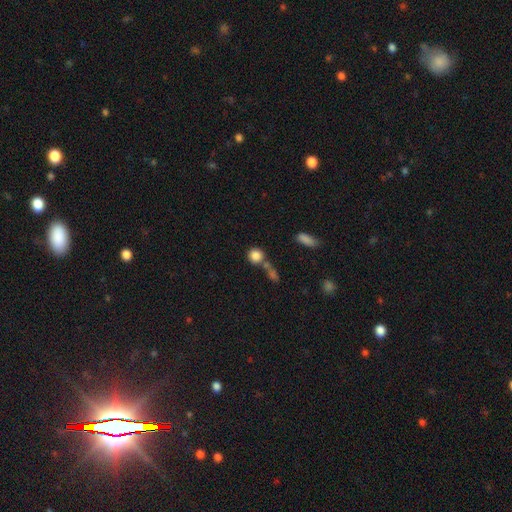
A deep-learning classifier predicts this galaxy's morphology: A smooth galaxy with no disk features (84%) that is round (87%). Merging: none (55%).